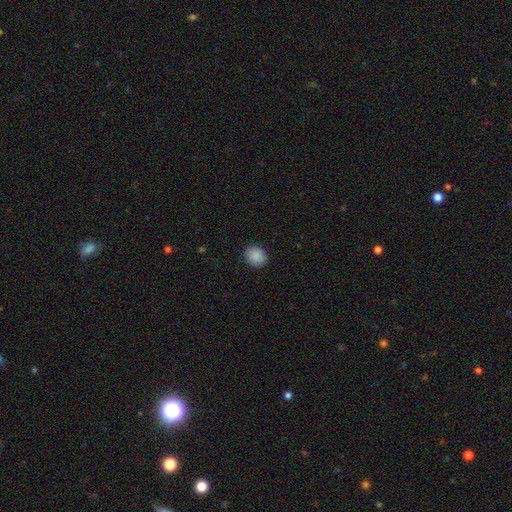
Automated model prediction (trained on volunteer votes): Smooth or featured: smooth — 89% (star or artifact — 8%)
How rounded: round — 72% (in between — 27%)
Merging: none — 89% (minor disturbance — 8%)